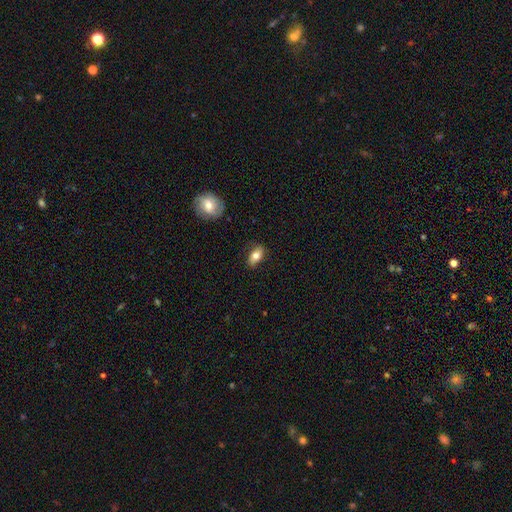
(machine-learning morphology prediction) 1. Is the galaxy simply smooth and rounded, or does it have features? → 74% smooth, 19% featured or disk, 7% star or artifact.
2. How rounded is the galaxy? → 86% in between, 7% cigar-shaped, 7% round.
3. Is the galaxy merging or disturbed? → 79% none, 16% minor disturbance, 3% major disturbance, 1% merger.